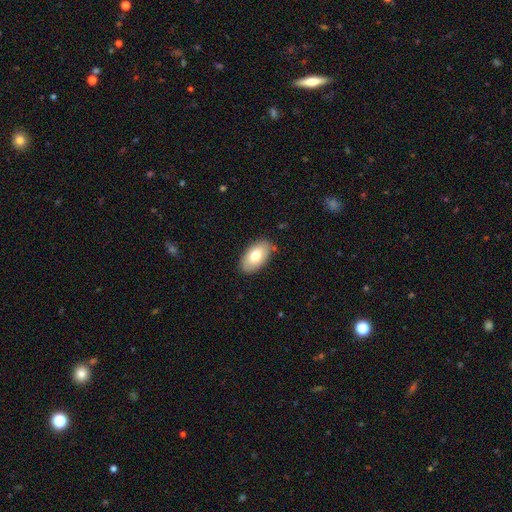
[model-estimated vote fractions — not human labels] Morphology: type=smooth (74%); roundness=in between (94%); merging=none (84%).